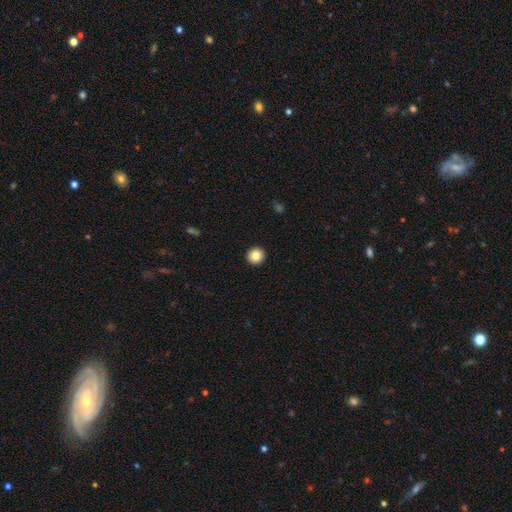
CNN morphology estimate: type=smooth (84%); roundness=round (94%); merging=none (94%).